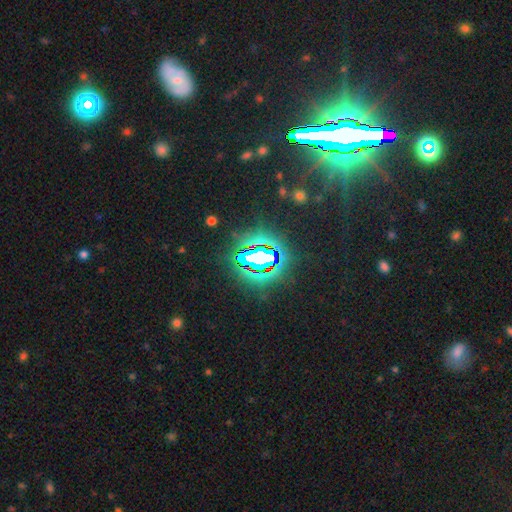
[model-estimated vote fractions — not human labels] smooth-or-featured: star or artifact: 79% | smooth: 11% | featured or disk: 10%